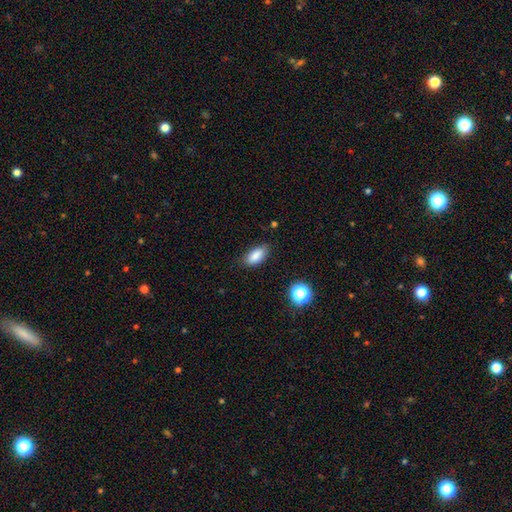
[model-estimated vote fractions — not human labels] Smooth or featured: smooth — 86% (star or artifact — 9%)
How rounded: in between — 89% (cigar-shaped — 8%)
Merging: none — 79% (minor disturbance — 16%)